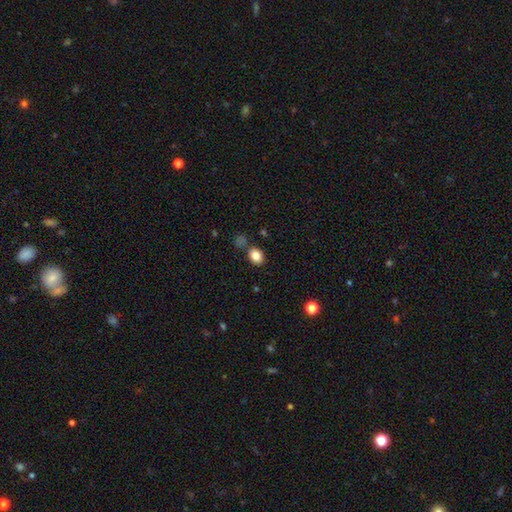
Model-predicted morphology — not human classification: A smooth galaxy with no disk features (83%) that is in between round and cigar-shaped (57%). Merging: none (76%).